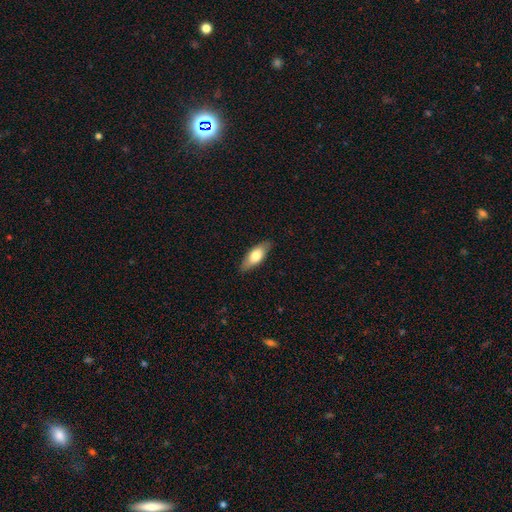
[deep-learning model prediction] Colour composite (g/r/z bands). It shows a smooth galaxy with no disk features (71%) that is in between round and cigar-shaped (75%). Merging: none (85%).